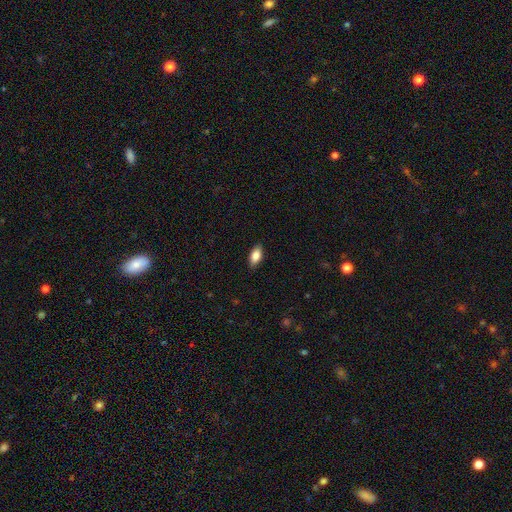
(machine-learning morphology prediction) This is clearly a smooth galaxy (83%). How rounded: clearly in between (89%). Merging: clearly none (88%).